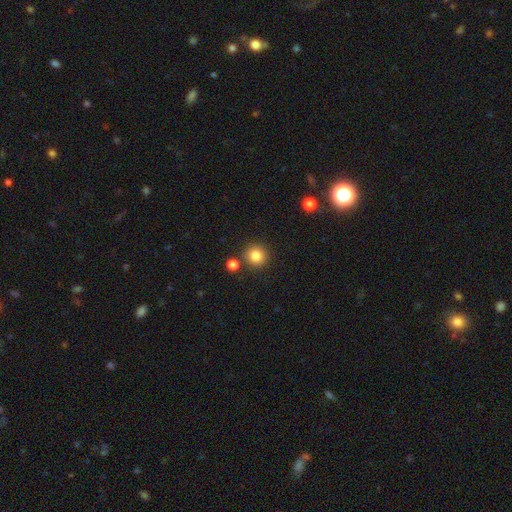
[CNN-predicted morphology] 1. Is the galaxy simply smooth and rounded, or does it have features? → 85% smooth, 11% star or artifact, 5% featured or disk.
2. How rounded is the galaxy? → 92% round, 7% in between, 1% cigar-shaped.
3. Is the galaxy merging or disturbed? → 83% none, 7% minor disturbance, 7% merger, 2% major disturbance.